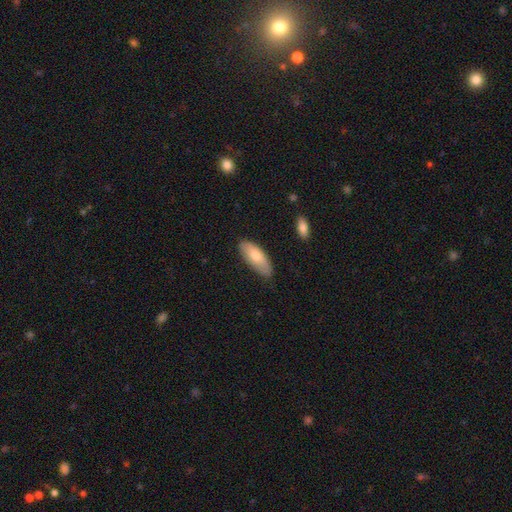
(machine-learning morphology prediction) A smooth galaxy with no disk features (79%) that is in between round and cigar-shaped (80%).

Vote fractions:
- Smooth or featured? smooth: 79% / featured or disk: 16% / star or artifact: 5%
- How rounded? in between: 80% / cigar-shaped: 18% / round: 2%
- Merging? none: 74% / minor disturbance: 21% / major disturbance: 4% / merger: 2%